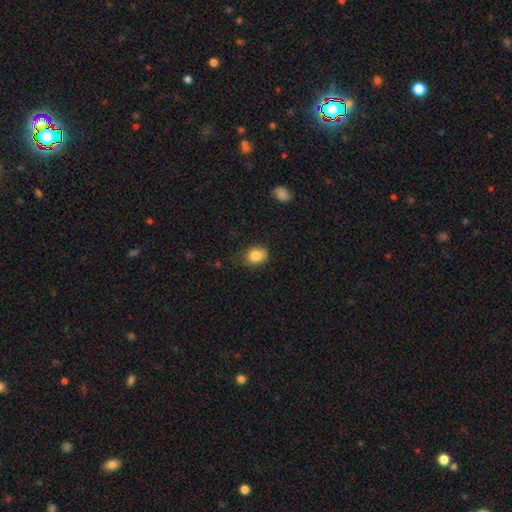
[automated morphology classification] Smooth or featured? Predicted: smooth (p=0.84). How rounded? Predicted: in between (p=0.58). Merging? Predicted: none (p=0.66).